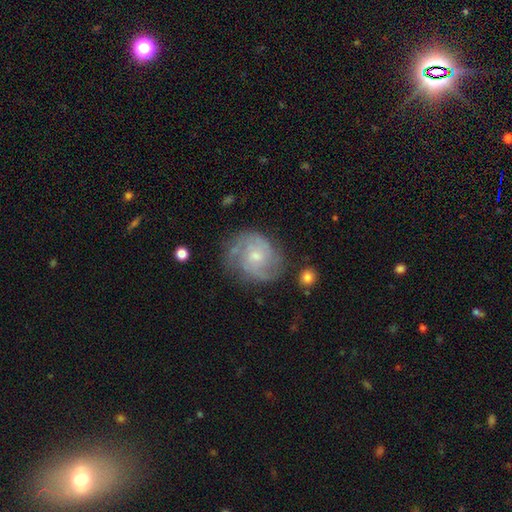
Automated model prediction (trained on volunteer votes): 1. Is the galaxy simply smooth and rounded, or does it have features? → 72% featured or disk, 21% smooth, 7% star or artifact.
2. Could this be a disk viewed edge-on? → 98% no, 2% yes.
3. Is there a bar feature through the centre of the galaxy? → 68% no, 29% weak, 3% strong.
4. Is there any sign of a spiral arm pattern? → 88% yes, 12% no.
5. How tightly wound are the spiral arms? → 43% tight, 42% medium, 15% loose.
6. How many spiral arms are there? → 38% 2, 30% can't tell, 18% 3, 5% 4, 5% 1, 4% more than 4.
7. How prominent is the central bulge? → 53% small, 41% moderate, 3% none, 2% large, 1% dominant.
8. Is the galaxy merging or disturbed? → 63% none, 23% minor disturbance, 11% major disturbance, 3% merger.